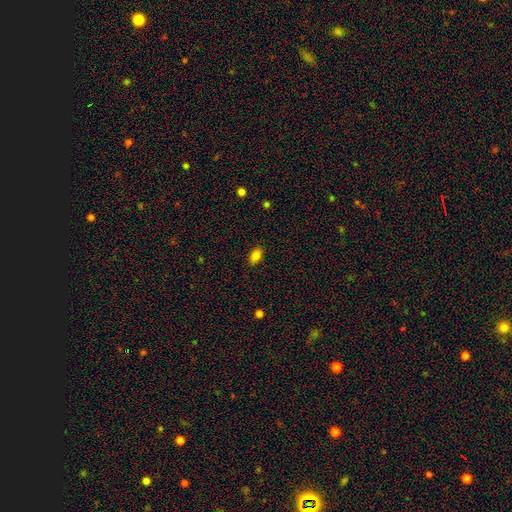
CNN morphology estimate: Overall: smooth (84%). How rounded: in between (88%). Merging: none (87%).